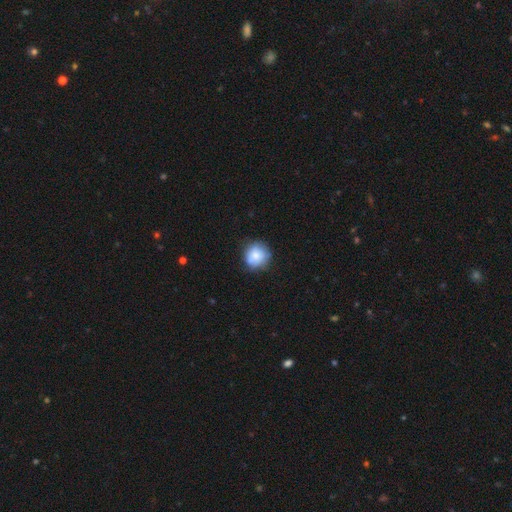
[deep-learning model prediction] This appears to be a smooth galaxy with no disk features (76%) that is round (89%). Merging: none (72%).